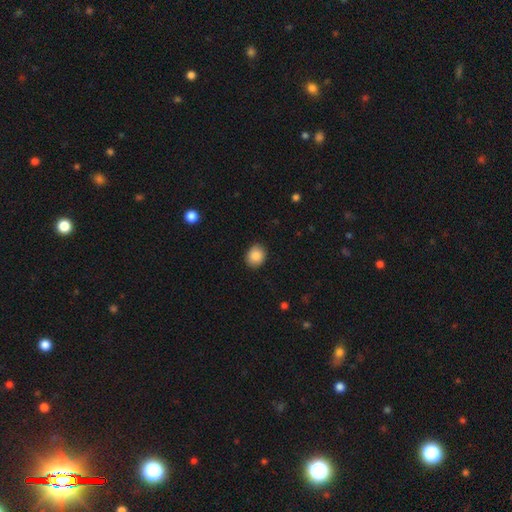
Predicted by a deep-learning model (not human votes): smooth 87%, star or artifact 8%, featured or disk 5%. Down the decision tree: how rounded — round (59%); merging — none (88%).